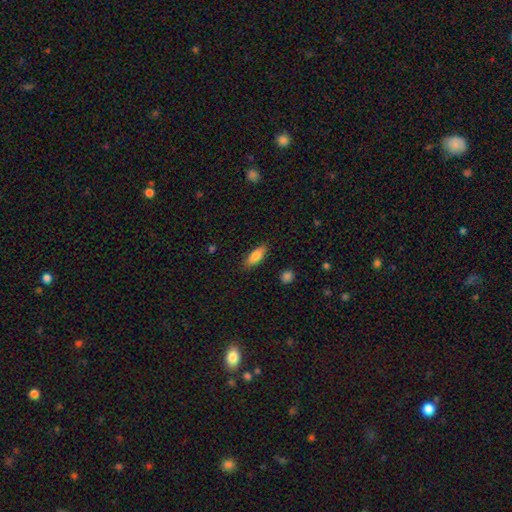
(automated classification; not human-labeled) A smooth galaxy with no disk features (83%) that is in between round and cigar-shaped (69%).

Vote fractions:
- Smooth or featured? smooth: 83% / featured or disk: 10% / star or artifact: 7%
- How rounded? in between: 69% / cigar-shaped: 29% / round: 2%
- Merging? none: 85% / minor disturbance: 11% / major disturbance: 3% / merger: 1%